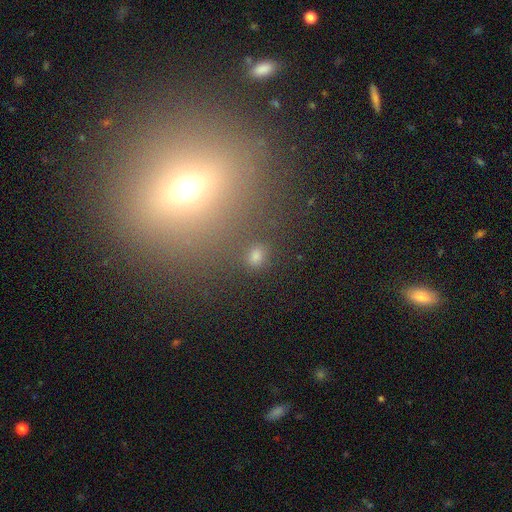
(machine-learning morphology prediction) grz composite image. It shows a smooth galaxy with no disk features (68%) that is round (56%). Merging: none (79%).